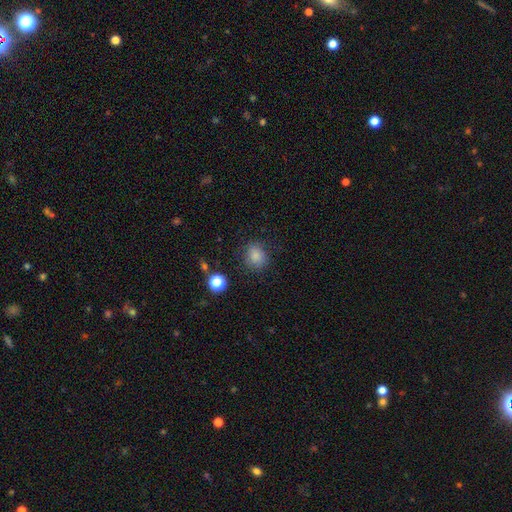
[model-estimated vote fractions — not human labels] Smooth or featured? smooth (83%)
How rounded? round (67%)
Merging? none (80%)